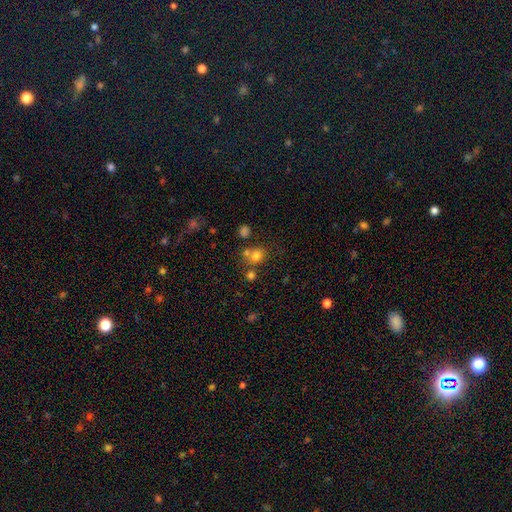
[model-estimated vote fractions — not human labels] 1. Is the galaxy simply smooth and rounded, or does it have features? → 74% smooth, 17% star or artifact, 9% featured or disk.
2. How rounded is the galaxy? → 78% round, 21% in between, 1% cigar-shaped.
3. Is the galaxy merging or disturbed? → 58% none, 28% merger, 9% minor disturbance, 4% major disturbance.